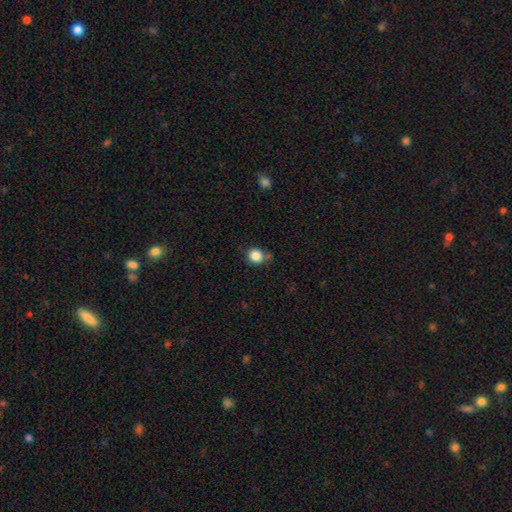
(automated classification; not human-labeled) smooth-or-featured: smooth: 85% | star or artifact: 10% | featured or disk: 4%
  how-rounded: round: 85% | in between: 14% | cigar-shaped: 1%
  merging: none: 68% | minor disturbance: 17% | merger: 11% | major disturbance: 5%